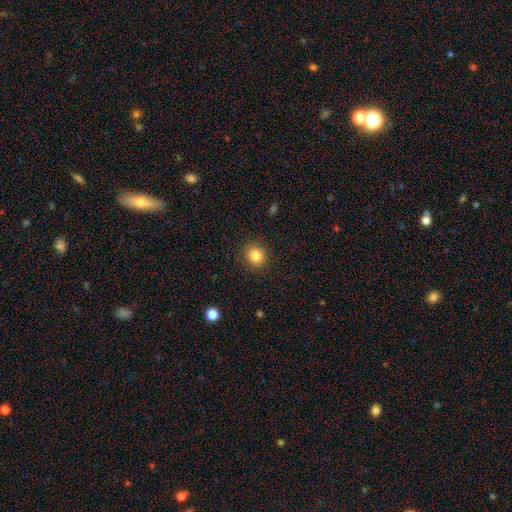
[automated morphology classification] Overall: smooth (85%). How rounded: round (87%). Merging: none (90%).